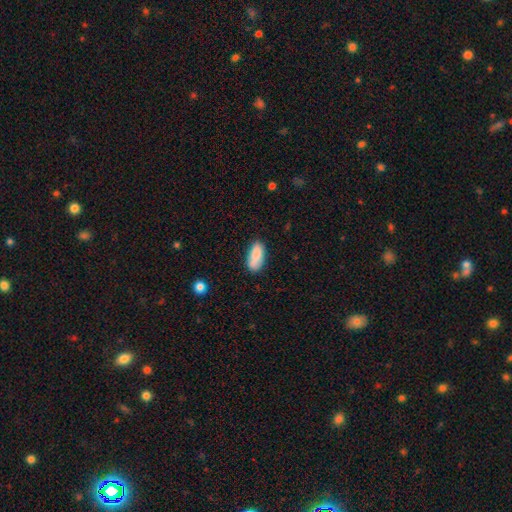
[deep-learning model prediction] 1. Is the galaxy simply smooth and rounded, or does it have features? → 85% smooth, 9% featured or disk, 7% star or artifact.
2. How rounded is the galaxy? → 86% in between, 12% cigar-shaped, 2% round.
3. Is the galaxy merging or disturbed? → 71% none, 20% minor disturbance, 5% merger, 4% major disturbance.